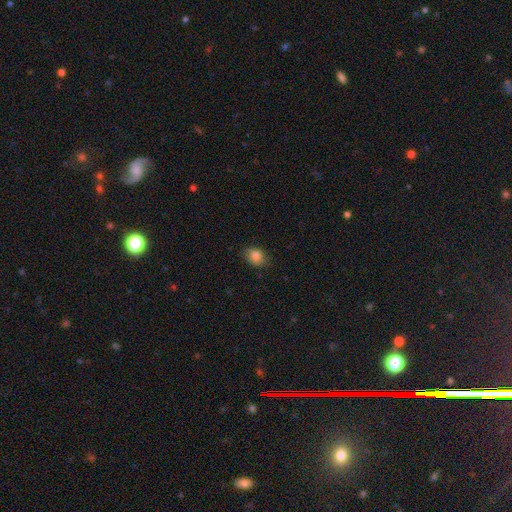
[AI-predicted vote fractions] This is clearly a smooth galaxy (84%). How rounded: likely in between (63%). Merging: likely none (80%).